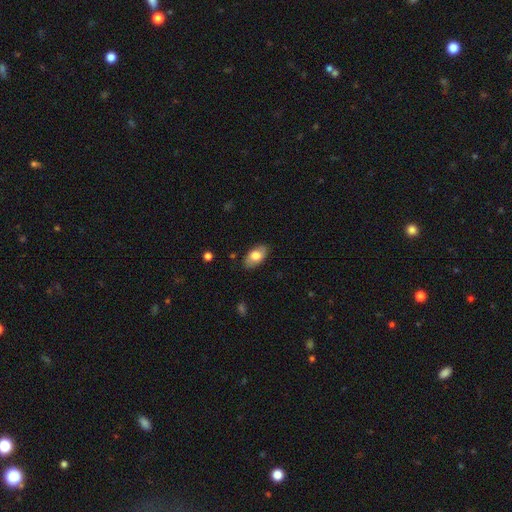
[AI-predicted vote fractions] smooth-or-featured: smooth: 76% | featured or disk: 18% | star or artifact: 6%
  how-rounded: in between: 93% | round: 5% | cigar-shaped: 2%
  merging: none: 84% | minor disturbance: 12% | major disturbance: 3% | merger: 1%